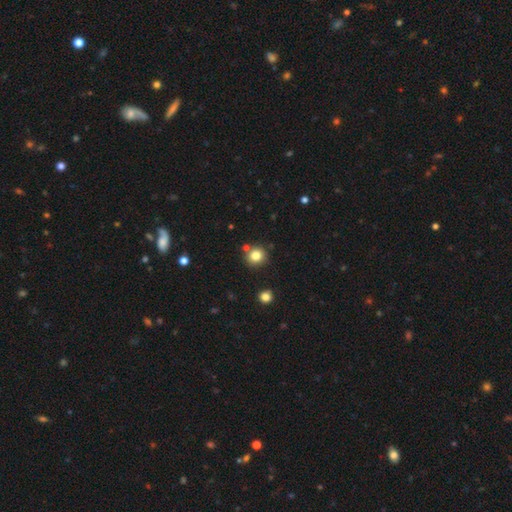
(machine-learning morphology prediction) smooth_or_featured: smooth (p=0.82) [alt: star or artifact p=0.12]
how_rounded: round (p=0.89) [alt: in between p=0.10]
merging: none (p=0.79) [alt: merger p=0.09]